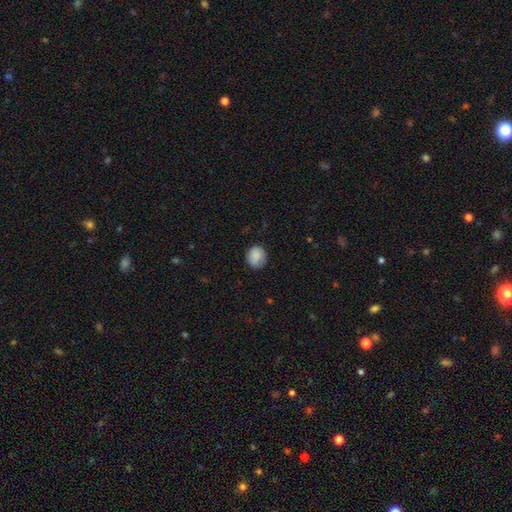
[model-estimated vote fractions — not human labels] Smooth or featured: smooth — 88% (star or artifact — 8%)
How rounded: round — 79% (in between — 20%)
Merging: none — 81% (minor disturbance — 15%)